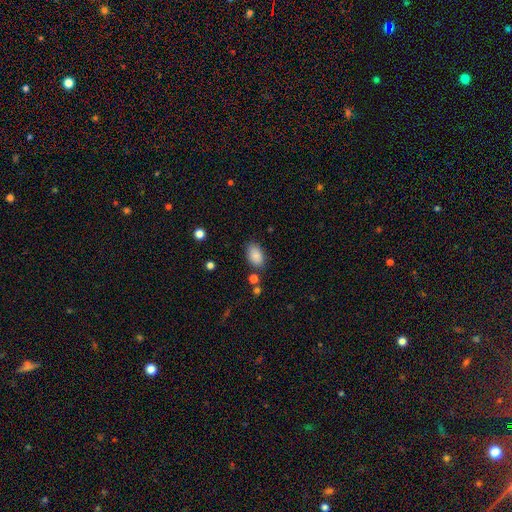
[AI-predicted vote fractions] Smooth or featured: smooth — 88% (star or artifact — 8%)
How rounded: in between — 91% (round — 7%)
Merging: none — 80% (minor disturbance — 13%)